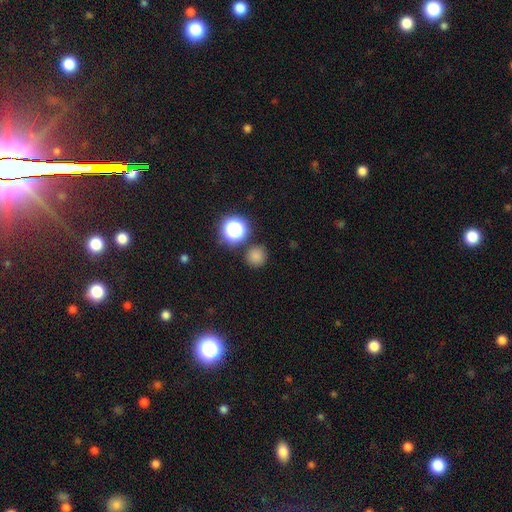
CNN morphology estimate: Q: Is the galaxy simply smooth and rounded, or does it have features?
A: smooth — 77%.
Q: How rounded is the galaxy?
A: round — 93%.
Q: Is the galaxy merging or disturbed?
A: none — 84%.